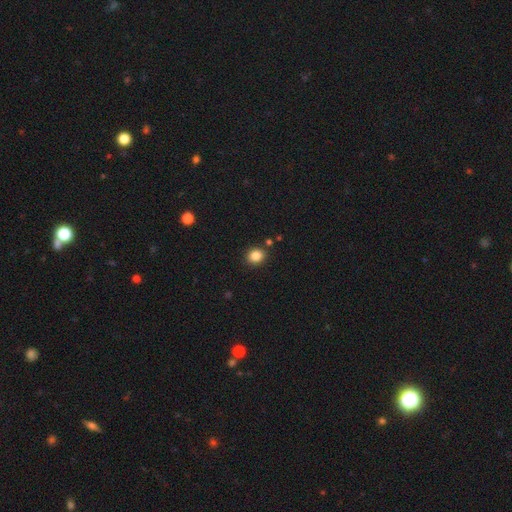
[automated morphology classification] A smooth galaxy with no disk features (85%) that is round (71%).

Vote fractions:
- Smooth or featured? smooth: 85% / star or artifact: 11% / featured or disk: 5%
- How rounded? round: 71% / in between: 28% / cigar-shaped: 1%
- Merging? none: 87% / minor disturbance: 8% / merger: 3% / major disturbance: 2%